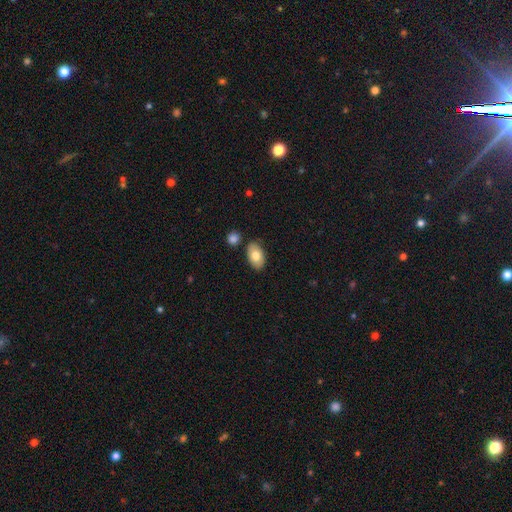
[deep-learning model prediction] smooth_or_featured: smooth (p=0.78) [alt: featured or disk p=0.15]
how_rounded: in between (p=0.93) [alt: round p=0.06]
merging: none (p=0.81) [alt: minor disturbance p=0.11]